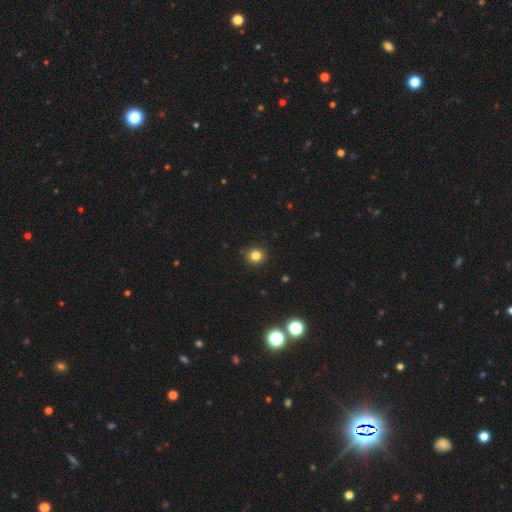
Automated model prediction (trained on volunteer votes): Overall: smooth (82%). How rounded: round (86%). Merging: none (91%).